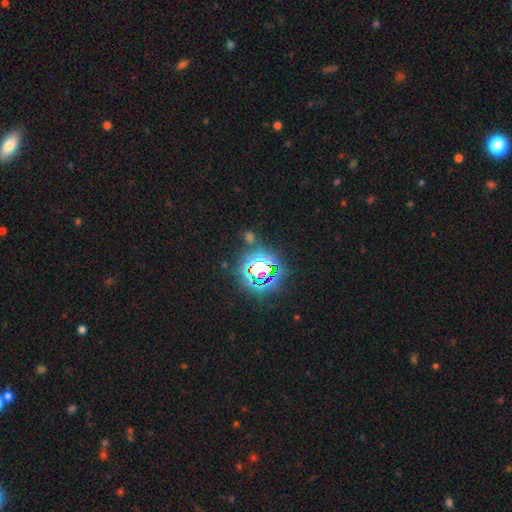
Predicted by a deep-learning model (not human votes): A star or artifact, not a galaxy (77%).